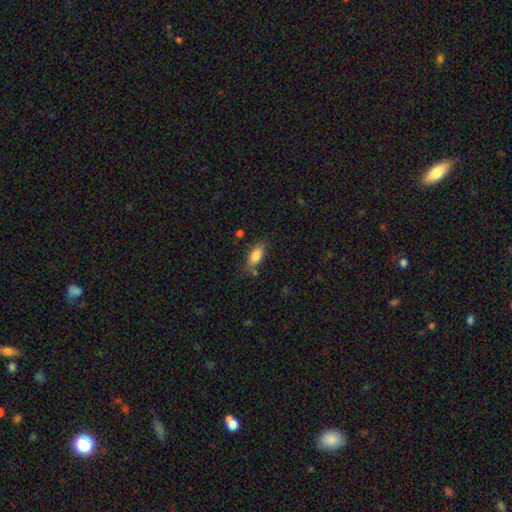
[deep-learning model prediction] Smooth or featured?
  - smooth: 80% *
  - featured or disk: 13%
  - star or artifact: 7%
How rounded?
  - in between: 80% *
  - cigar-shaped: 17%
  - round: 3%
Merging?
  - none: 75% *
  - minor disturbance: 16%
  - merger: 5%
  - major disturbance: 4%